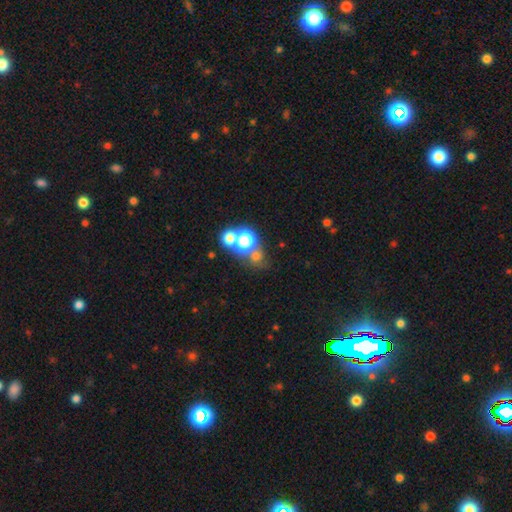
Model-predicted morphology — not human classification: Smooth or featured? Predicted: smooth (p=0.60). How rounded? Predicted: round (p=0.80). Merging? Predicted: none (p=0.52).